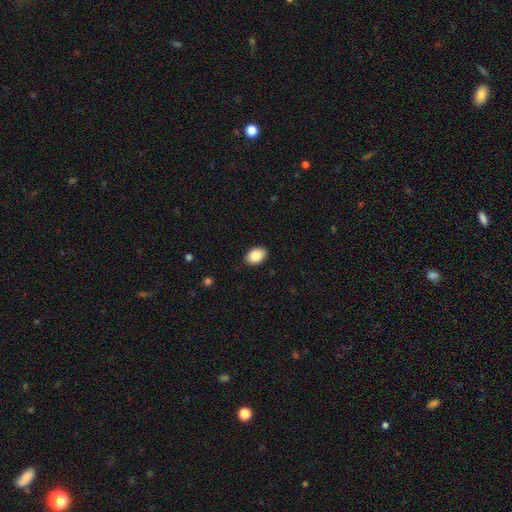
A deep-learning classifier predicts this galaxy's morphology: Smooth or featured? Predicted: smooth (p=0.88). How rounded? Predicted: in between (p=0.83). Merging? Predicted: none (p=0.88).